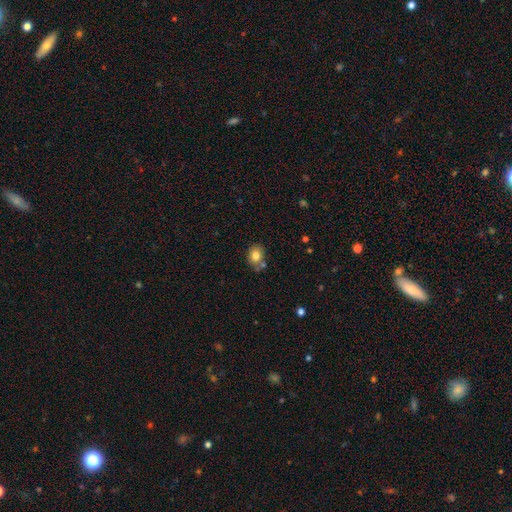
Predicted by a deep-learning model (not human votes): The model was most divided on "how rounded": in between: 51%, round: 48%, cigar-shaped: 1%. More confident: smooth or featured — smooth (80%); merging — none (67%).